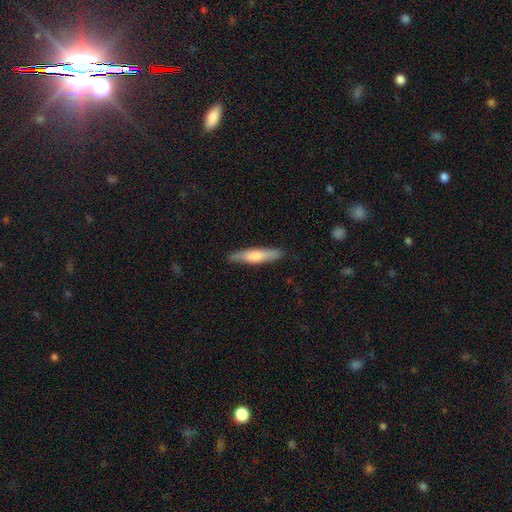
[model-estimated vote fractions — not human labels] Morphology: type=smooth (66%); roundness=cigar-shaped (84%); merging=none (84%).